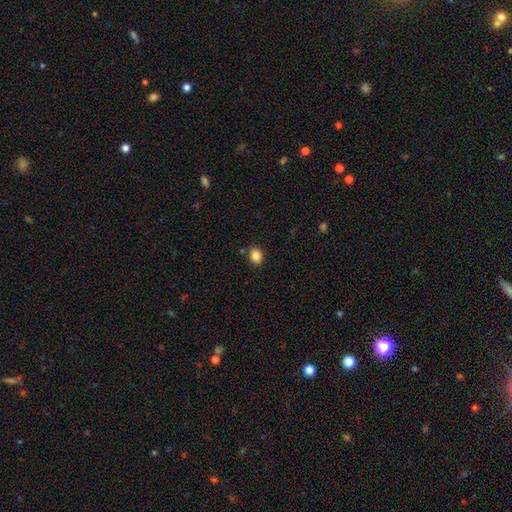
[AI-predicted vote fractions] This appears to be a smooth galaxy with no disk features (85%) that is round (57%). Merging: none (86%).